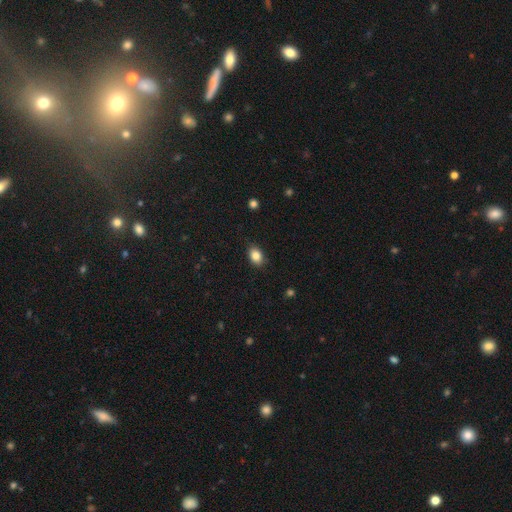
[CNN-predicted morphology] The model was most divided on "how rounded": in between: 78%, round: 21%, cigar-shaped: 1%. More confident: smooth or featured — smooth (86%); merging — none (84%).